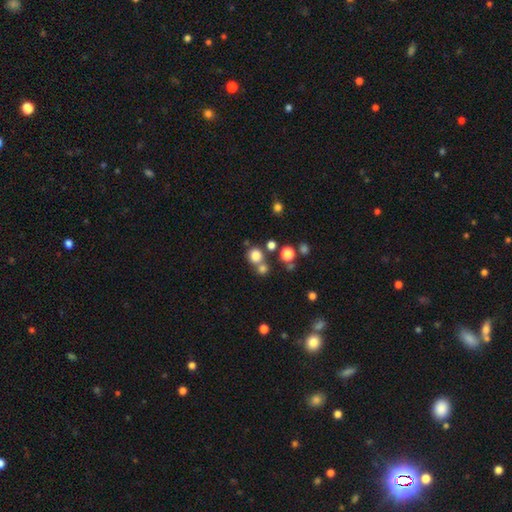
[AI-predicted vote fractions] Smooth or featured? Predicted: smooth (p=0.78). How rounded? Predicted: round (p=0.89). Merging? Predicted: none (p=0.62).